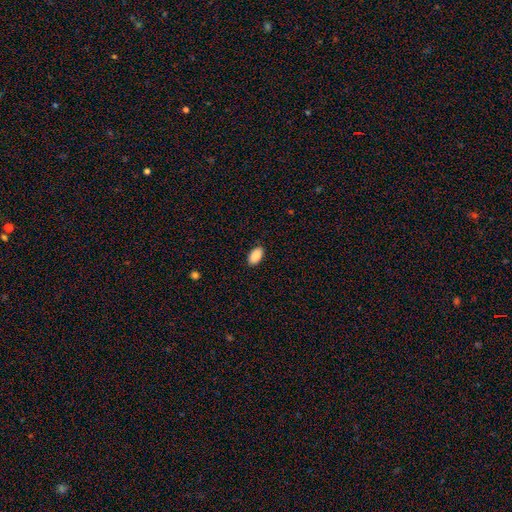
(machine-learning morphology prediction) A smooth galaxy with no disk features (89%) that is in between round and cigar-shaped (95%).

Vote fractions:
- Smooth or featured? smooth: 89% / star or artifact: 7% / featured or disk: 4%
- How rounded? in between: 95% / round: 3% / cigar-shaped: 2%
- Merging? none: 88% / minor disturbance: 9% / major disturbance: 2% / merger: 1%